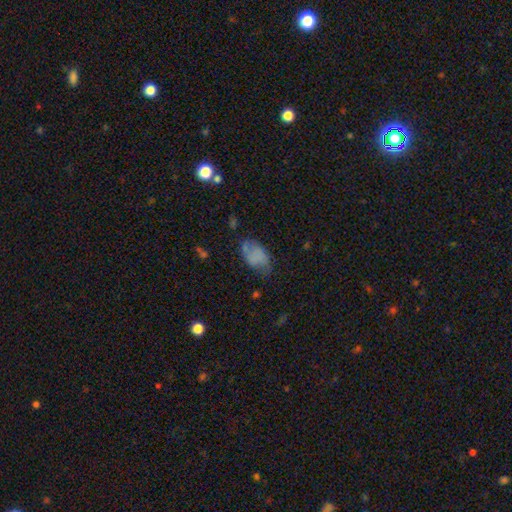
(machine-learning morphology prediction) smooth 68%, featured or disk 21%, star or artifact 11%. Down the decision tree: how rounded — in between (92%); merging — none (50%).